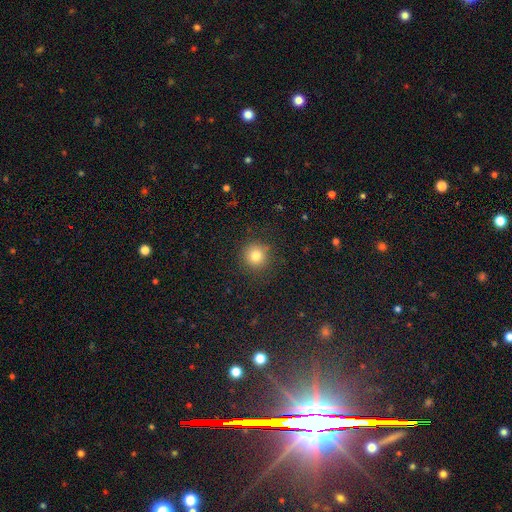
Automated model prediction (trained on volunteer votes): smooth-or-featured: smooth: 80% | star or artifact: 13% | featured or disk: 7%
  how-rounded: round: 94% | in between: 5% | cigar-shaped: 1%
  merging: none: 87% | minor disturbance: 8% | major disturbance: 3% | merger: 1%